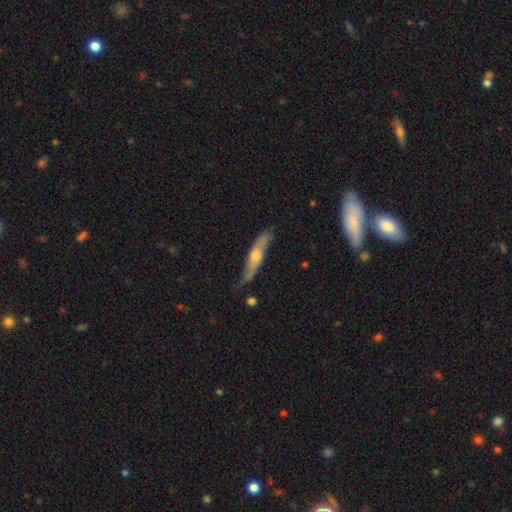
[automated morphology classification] smooth-or-featured: featured or disk: 63% | smooth: 31% | star or artifact: 6%
  disk-edge-on: yes: 69% | no: 31%
  merging: none: 64% | minor disturbance: 26% | major disturbance: 7% | merger: 3%